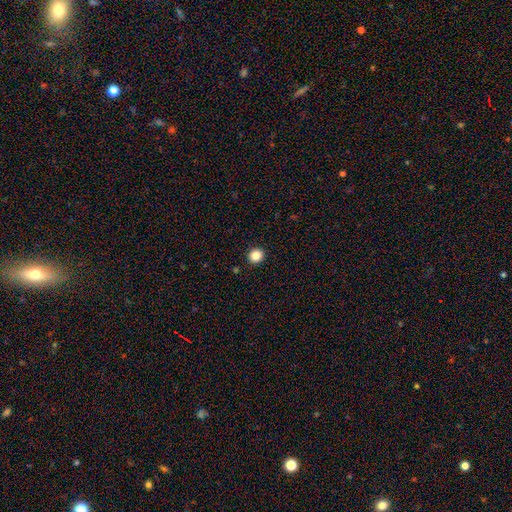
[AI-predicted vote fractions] smooth 85%, star or artifact 11%, featured or disk 4%. Down the decision tree: how rounded — round (87%); merging — none (93%).